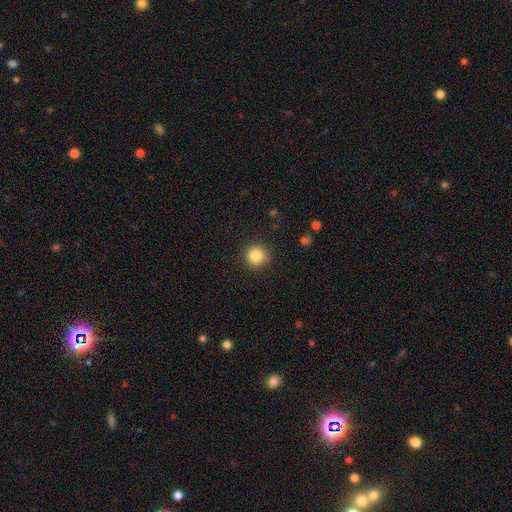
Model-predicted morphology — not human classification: smooth-or-featured: smooth: 85% | star or artifact: 11% | featured or disk: 5%
  how-rounded: round: 94% | in between: 5% | cigar-shaped: 1%
  merging: none: 88% | minor disturbance: 8% | major disturbance: 3% | merger: 1%